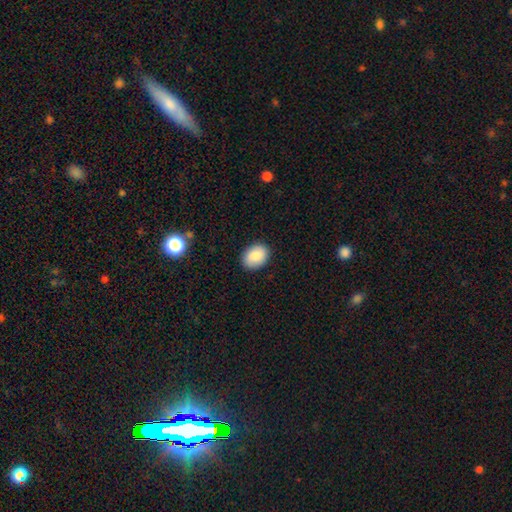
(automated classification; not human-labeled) smooth_or_featured: smooth (p=0.85) [alt: featured or disk p=0.08]
how_rounded: in between (p=0.66) [alt: round p=0.33]
merging: none (p=0.88) [alt: minor disturbance p=0.09]